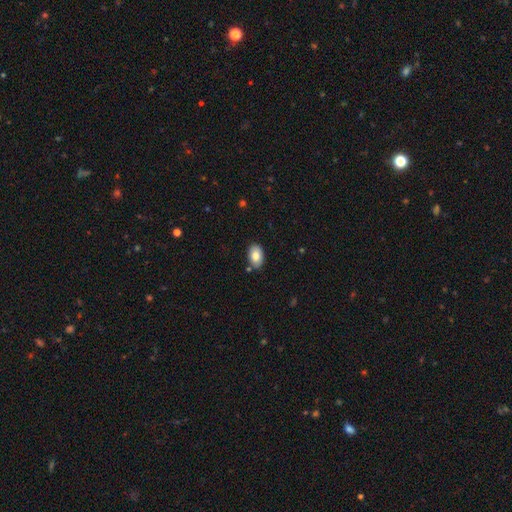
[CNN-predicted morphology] smooth 80%, featured or disk 13%, star or artifact 7%. Down the decision tree: how rounded — in between (89%); merging — none (83%).